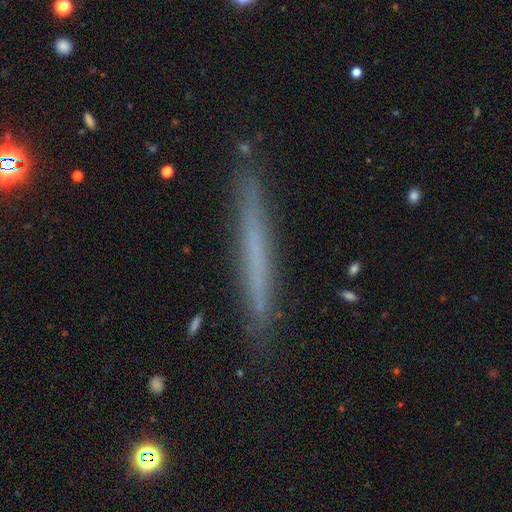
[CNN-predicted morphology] smooth 48%, featured or disk 44%, star or artifact 8%. Down the decision tree: merging — none (88%).